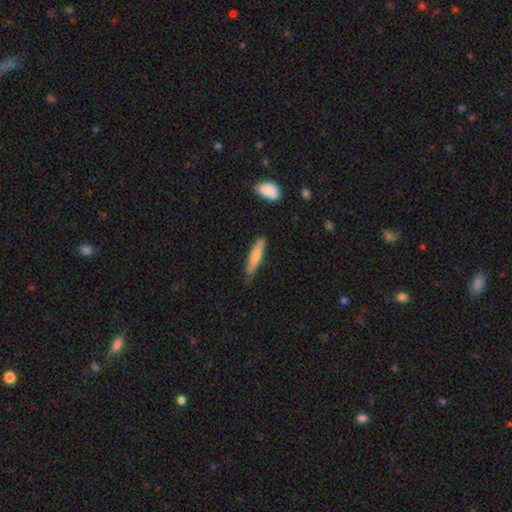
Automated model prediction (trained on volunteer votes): Smooth or featured: smooth — 67% (featured or disk — 28%)
How rounded: cigar-shaped — 85% (in between — 13%)
Merging: none — 71% (minor disturbance — 22%)